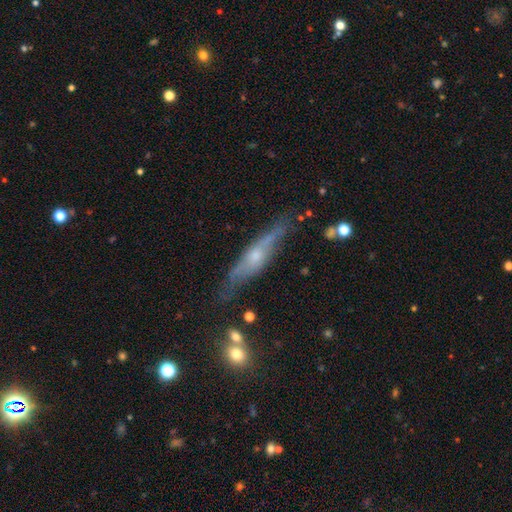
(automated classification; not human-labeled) A featured or disk galaxy (66%) viewed edge-on (82%) with a rounded central bulge (76%).

Vote fractions:
- Smooth or featured? featured or disk: 66% / smooth: 27% / star or artifact: 7%
- Edge-on disk? yes: 82% / no: 18%
- Edge-on bulge? rounded: 76% / none: 14% / boxy: 10%
- Merging? none: 68% / minor disturbance: 22% / major disturbance: 7% / merger: 4%